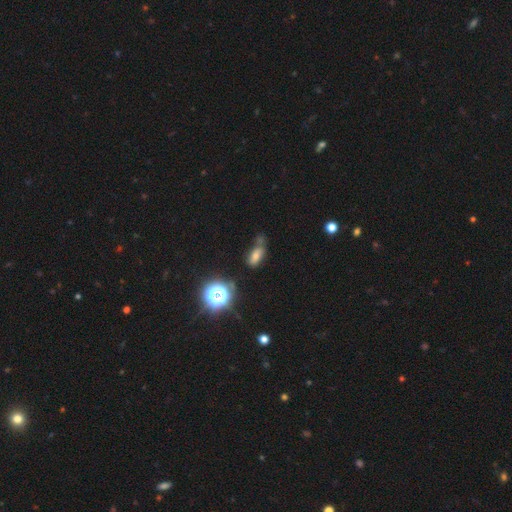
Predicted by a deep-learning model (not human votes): smooth 59%, star or artifact 27%, featured or disk 14%. Down the decision tree: how rounded — in between (79%); merging — none (51%).